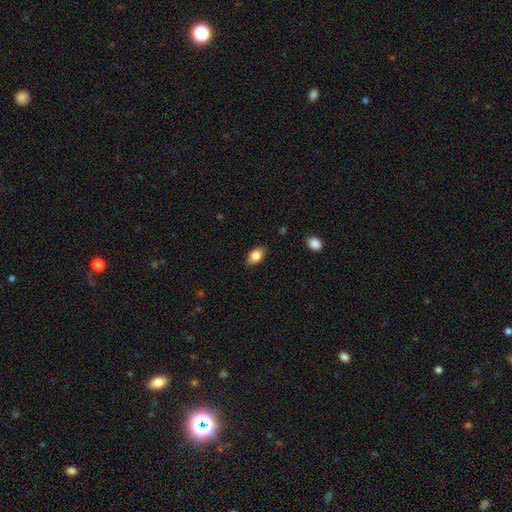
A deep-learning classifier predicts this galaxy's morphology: smooth 81%, featured or disk 11%, star or artifact 8%. Down the decision tree: how rounded — in between (87%); merging — none (84%).